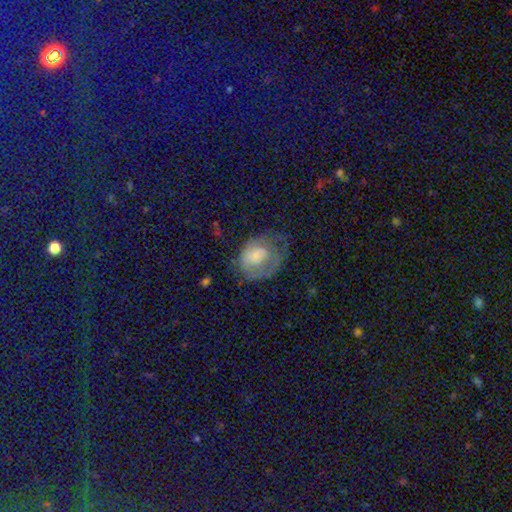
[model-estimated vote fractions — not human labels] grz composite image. It shows a smooth galaxy with no disk features (52%) that is in between round and cigar-shaped (55%). Merging: major disturbance (39%).